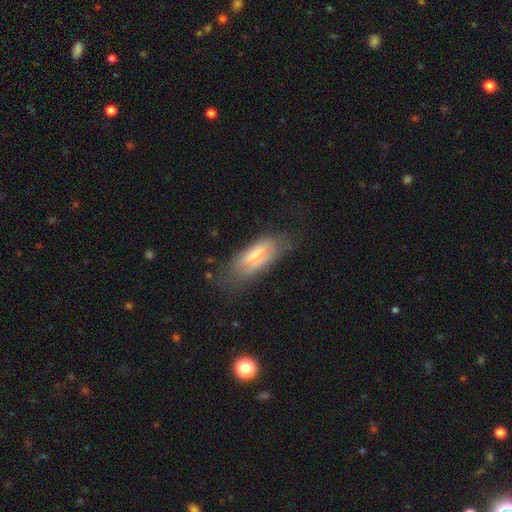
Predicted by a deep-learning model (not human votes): Smooth or featured? Predicted: smooth (p=0.54). How rounded? Predicted: in between (p=0.57). Merging? Predicted: none (p=0.57).